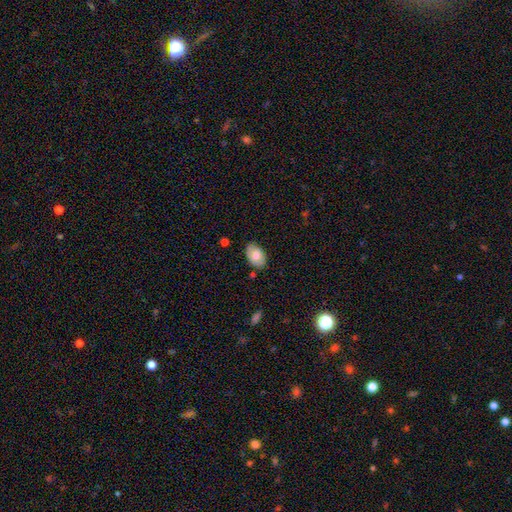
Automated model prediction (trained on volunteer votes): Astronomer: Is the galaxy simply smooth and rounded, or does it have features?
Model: smooth — 67%.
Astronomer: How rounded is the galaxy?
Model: in between — 88%.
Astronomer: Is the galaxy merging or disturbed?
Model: none — 74%.